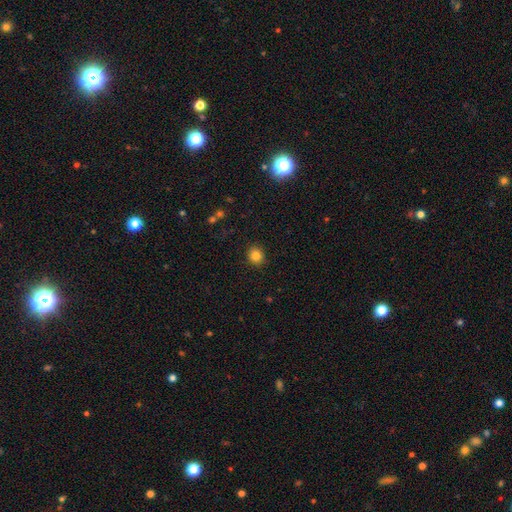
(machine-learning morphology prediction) This appears to be a smooth galaxy with no disk features (83%) that is round (80%). Merging: none (90%).